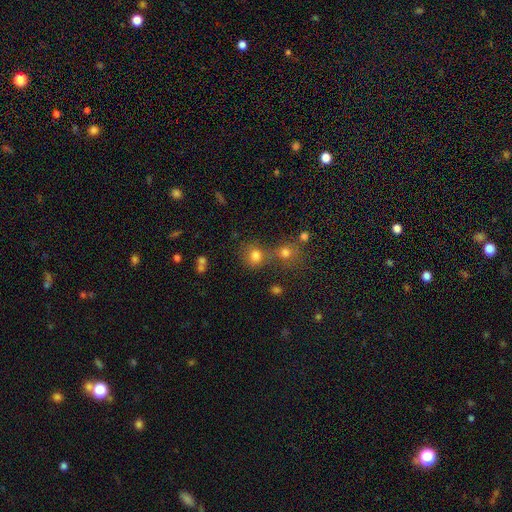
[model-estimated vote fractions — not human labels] Smooth or featured? Predicted: smooth (p=0.77). How rounded? Predicted: round (p=0.82). Merging? Predicted: none (p=0.52).